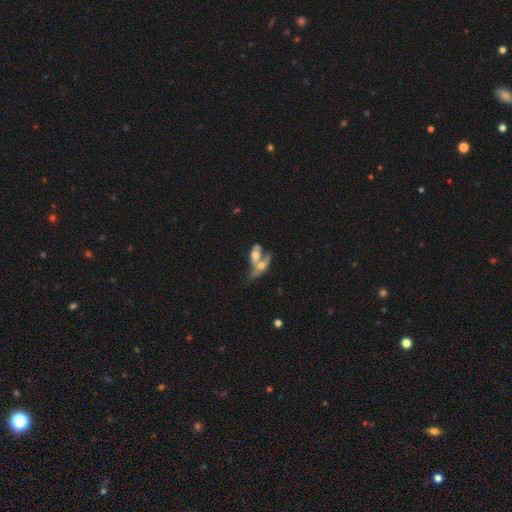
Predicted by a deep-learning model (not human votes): Overall: featured or disk (46%; smooth 45%). Merging: merger (68%).